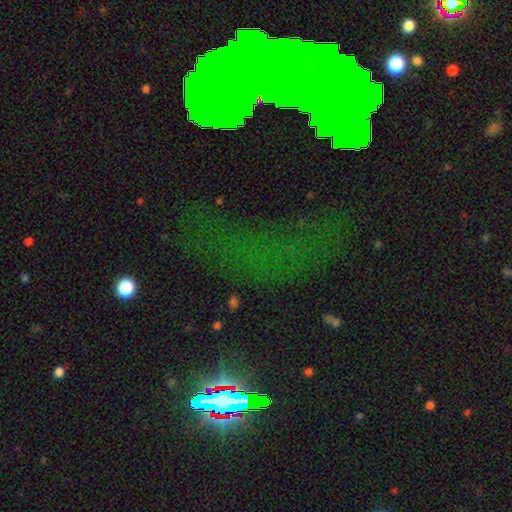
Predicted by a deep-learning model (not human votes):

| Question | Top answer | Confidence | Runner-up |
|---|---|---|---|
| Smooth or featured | star or artifact | 52% | featured or disk (28%) |